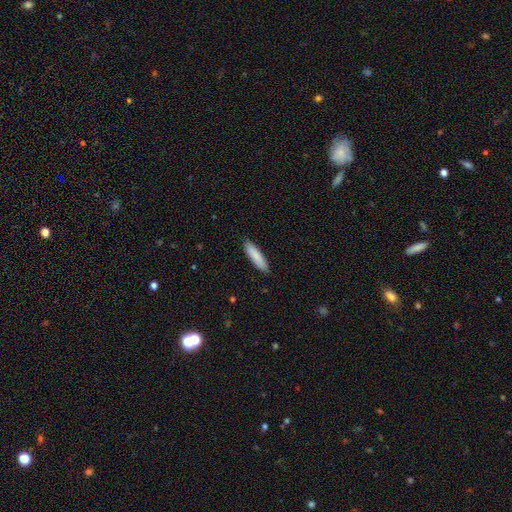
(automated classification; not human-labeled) Smooth or featured?
  - smooth: 86% *
  - featured or disk: 8%
  - star or artifact: 5%
How rounded?
  - cigar-shaped: 74% *
  - in between: 25%
  - round: 1%
Merging?
  - none: 88% *
  - minor disturbance: 9%
  - major disturbance: 2%
  - merger: 1%